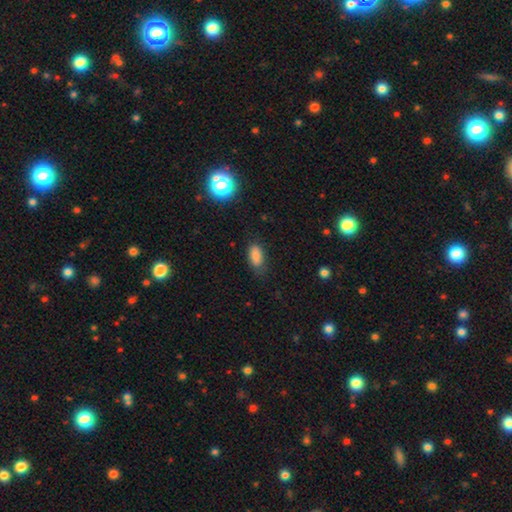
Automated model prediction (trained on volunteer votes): Morphology: type=smooth (85%); roundness=in between (88%); merging=none (74%).